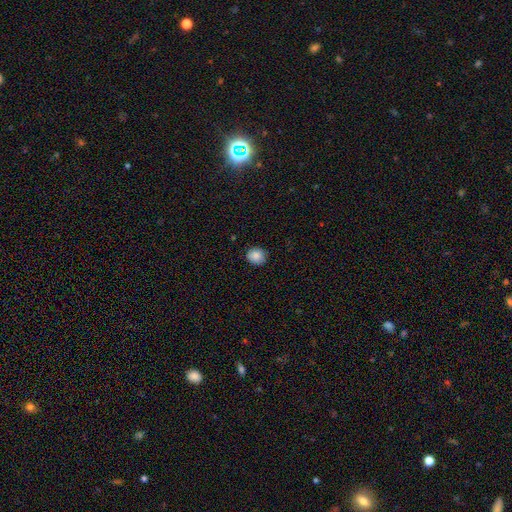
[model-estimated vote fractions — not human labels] smooth 87%, star or artifact 9%, featured or disk 4%. Down the decision tree: how rounded — round (81%); merging — none (87%).